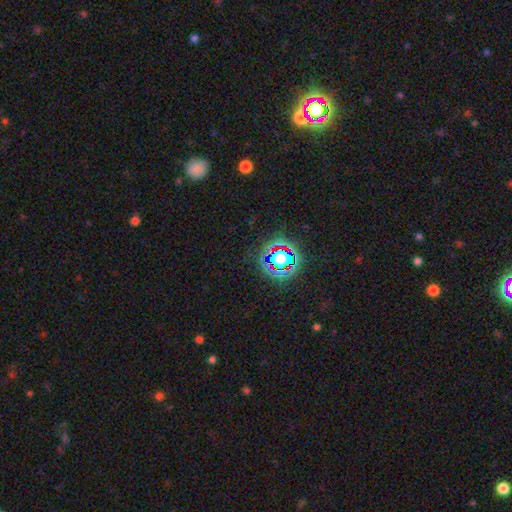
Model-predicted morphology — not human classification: smooth_or_featured: star or artifact (p=0.79) [alt: smooth p=0.14]